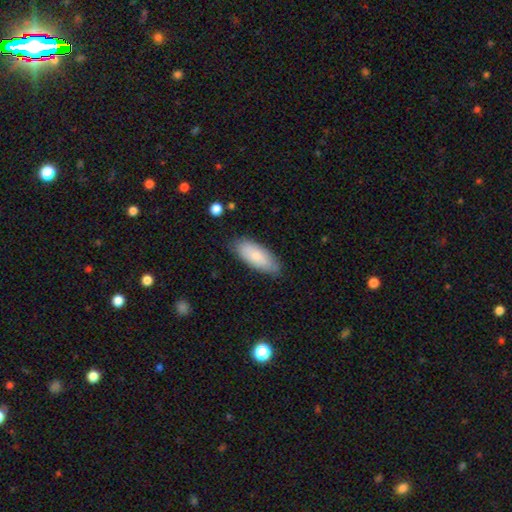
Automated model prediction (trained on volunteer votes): Smooth or featured? Predicted: smooth (p=0.79). How rounded? Predicted: in between (p=0.81). Merging? Predicted: none (p=0.81).